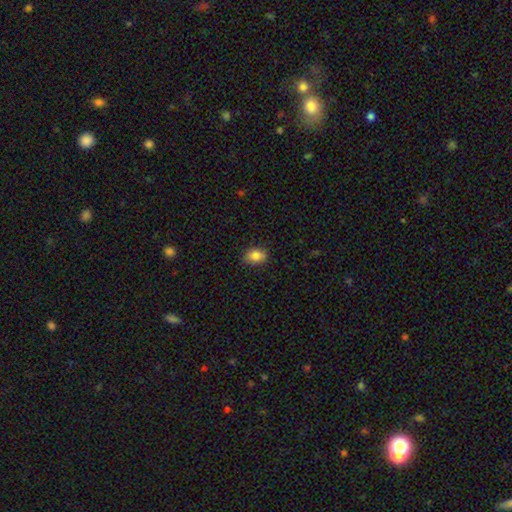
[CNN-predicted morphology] The model was most divided on "how rounded": in between: 70%, round: 29%, cigar-shaped: 1%. More confident: smooth or featured — smooth (83%); merging — none (81%).